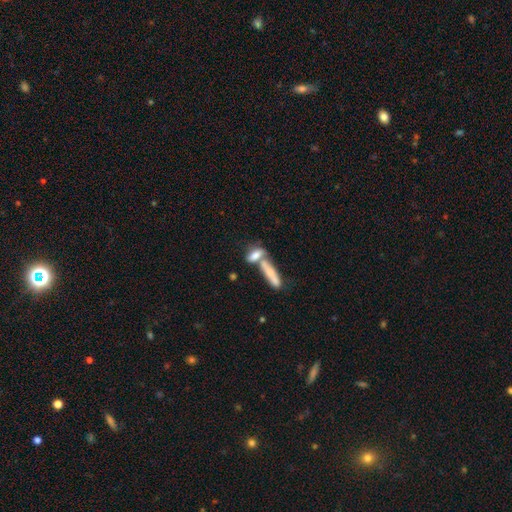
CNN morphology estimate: smooth 69%, featured or disk 23%, star or artifact 8%. Down the decision tree: how rounded — in between (54%); merging — merger (57%).